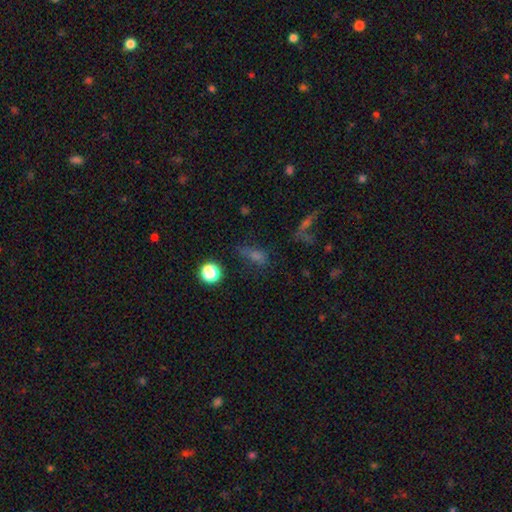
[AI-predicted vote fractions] Q: Smooth or featured?
A: smooth (49%); runner-up: star or artifact (35%)
Q: Merging?
A: none (59%); runner-up: minor disturbance (20%)